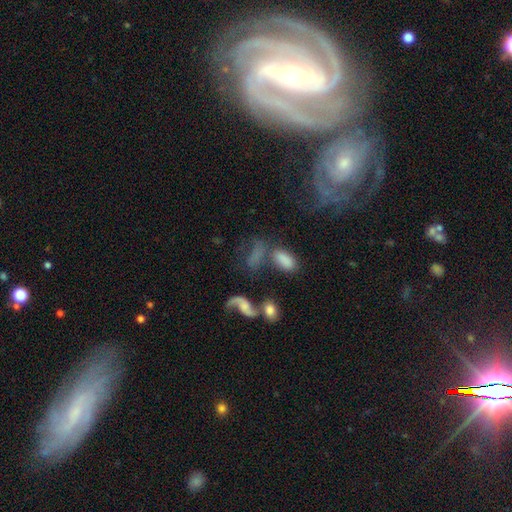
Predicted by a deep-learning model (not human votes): Smooth or featured: smooth — 50% (featured or disk — 31%)
Merging: none — 34% (merger — 29%)